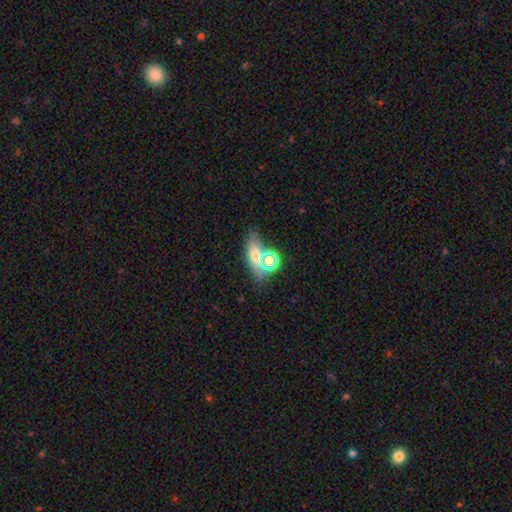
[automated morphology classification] Smooth or featured?
  - smooth: 57% *
  - star or artifact: 25%
  - featured or disk: 19%
How rounded?
  - in between: 69% *
  - cigar-shaped: 16%
  - round: 14%
Merging?
  - none: 61% *
  - minor disturbance: 17%
  - merger: 14%
  - major disturbance: 8%